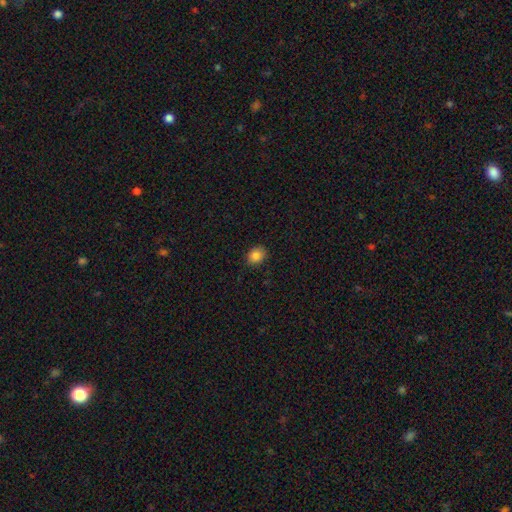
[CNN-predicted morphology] Smooth or featured? Predicted: smooth (p=0.84). How rounded? Predicted: round (p=0.62). Merging? Predicted: none (p=0.87).